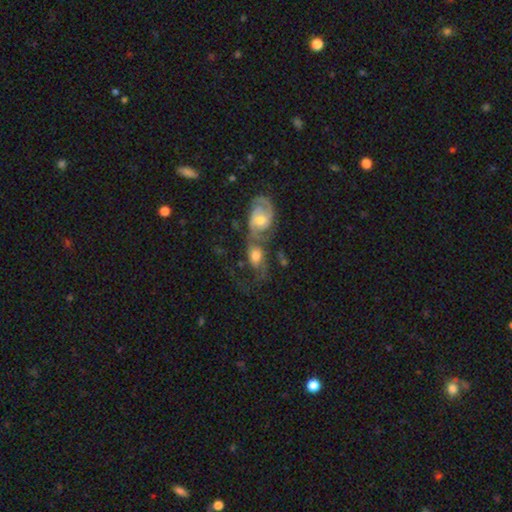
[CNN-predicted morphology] type=featured or disk (66%); edge-on=no (95%); bar=no (62%); spiral arms=yes (88%); winding=medium (45%); arm count=2 (73%); bulge=moderate (60%); merging=merger (68%).